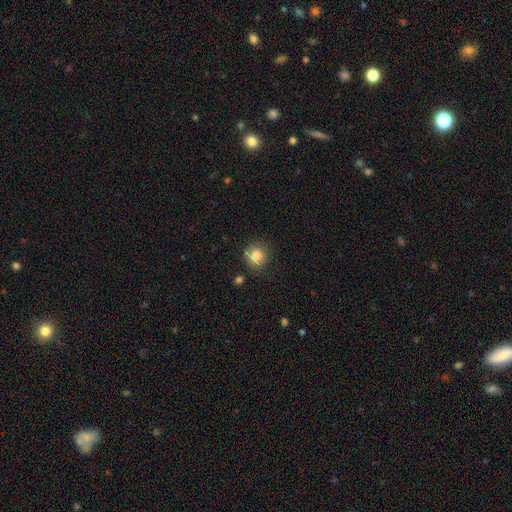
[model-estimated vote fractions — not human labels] Smooth or featured? Predicted: smooth (p=0.84). How rounded? Predicted: round (p=0.88). Merging? Predicted: none (p=0.80).